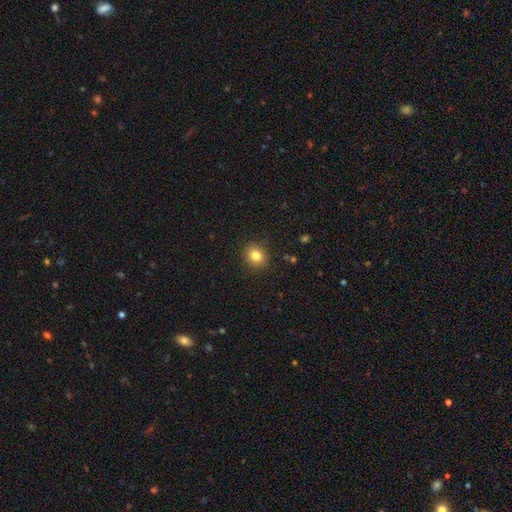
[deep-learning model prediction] A smooth galaxy with no disk features (82%) that is round (75%).

Vote fractions:
- Smooth or featured? smooth: 82% / star or artifact: 11% / featured or disk: 7%
- How rounded? round: 75% / in between: 24% / cigar-shaped: 1%
- Merging? none: 90% / minor disturbance: 7% / major disturbance: 2% / merger: 1%